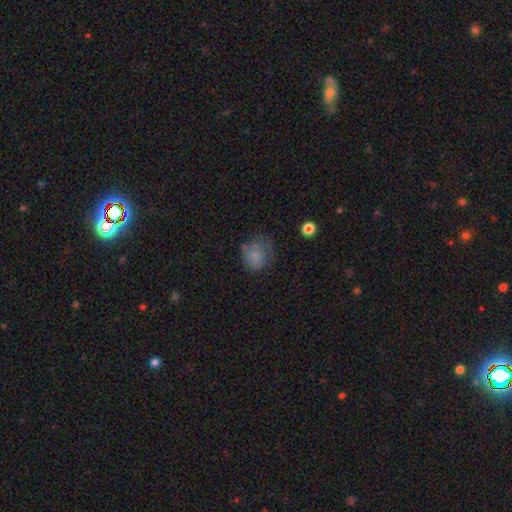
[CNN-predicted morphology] type=smooth (77%); roundness=round (66%); merging=none (51%).